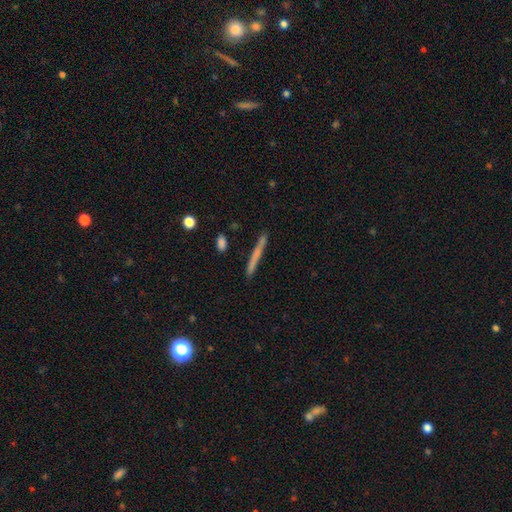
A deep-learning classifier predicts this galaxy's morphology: This appears to be a smooth galaxy with no disk features (59%) that is cigar-shaped (96%). Merging: none (88%).